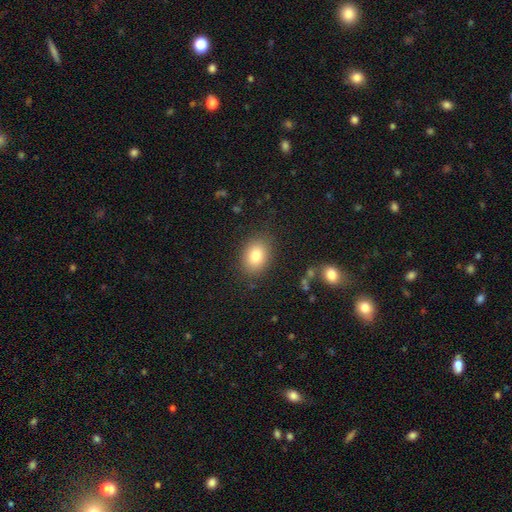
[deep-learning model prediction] Morphology: type=smooth (82%); roundness=in between (64%); merging=none (85%).